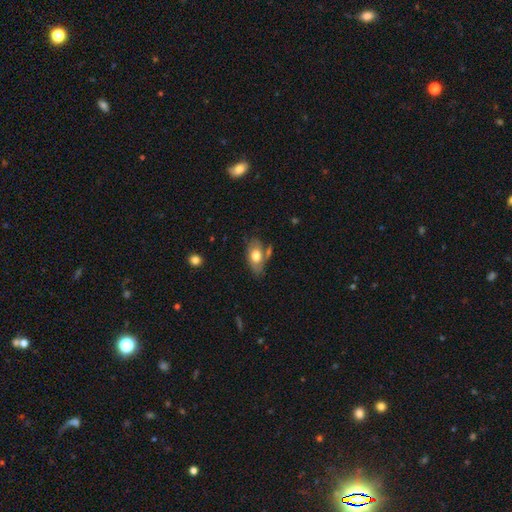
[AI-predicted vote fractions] Smooth or featured? Predicted: smooth (p=0.65). How rounded? Predicted: in between (p=0.89). Merging? Predicted: none (p=0.55).